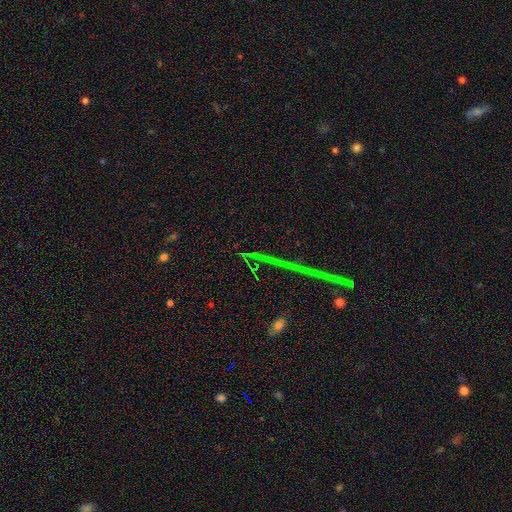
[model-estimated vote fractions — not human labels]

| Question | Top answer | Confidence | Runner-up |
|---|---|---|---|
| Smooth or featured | star or artifact | 80% | featured or disk (11%) |